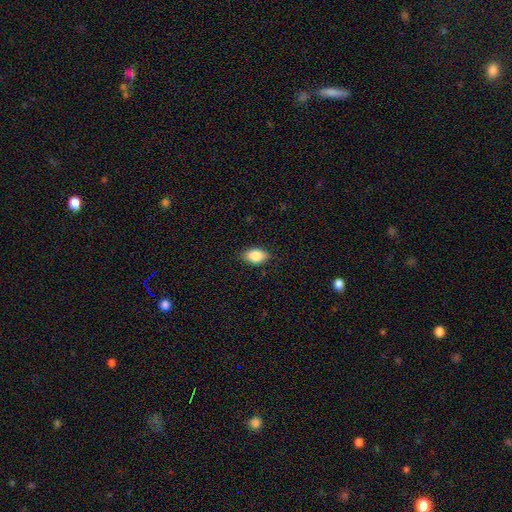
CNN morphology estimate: Smooth or featured?
  - smooth: 87% *
  - star or artifact: 7%
  - featured or disk: 6%
How rounded?
  - in between: 88% *
  - round: 10%
  - cigar-shaped: 2%
Merging?
  - none: 85% *
  - minor disturbance: 11%
  - major disturbance: 2%
  - merger: 1%